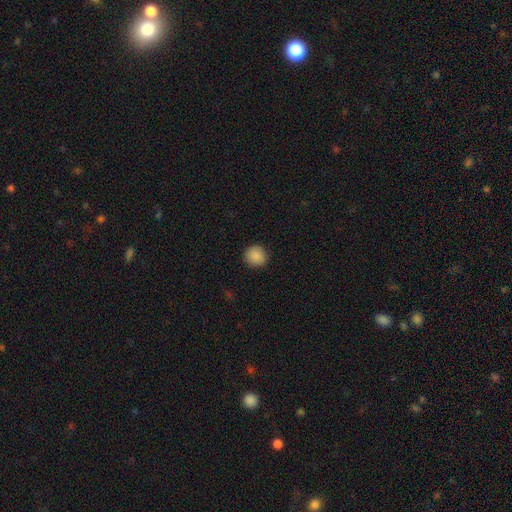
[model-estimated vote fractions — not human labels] Overall: smooth (89%). How rounded: round (92%). Merging: none (90%).